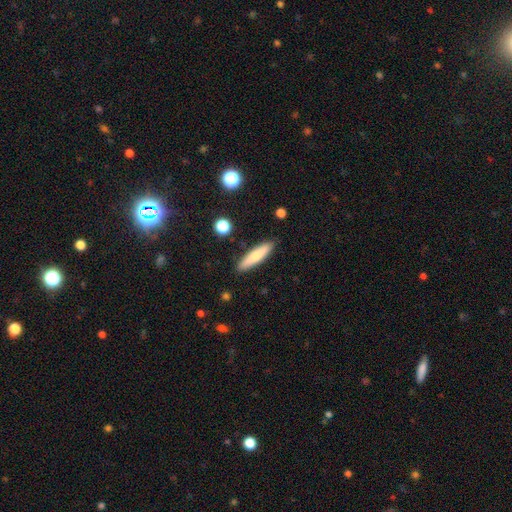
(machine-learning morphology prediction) Smooth or featured?
  - smooth: 75% *
  - featured or disk: 19%
  - star or artifact: 6%
How rounded?
  - cigar-shaped: 78% *
  - in between: 20%
  - round: 2%
Merging?
  - none: 89% *
  - minor disturbance: 8%
  - major disturbance: 2%
  - merger: 1%